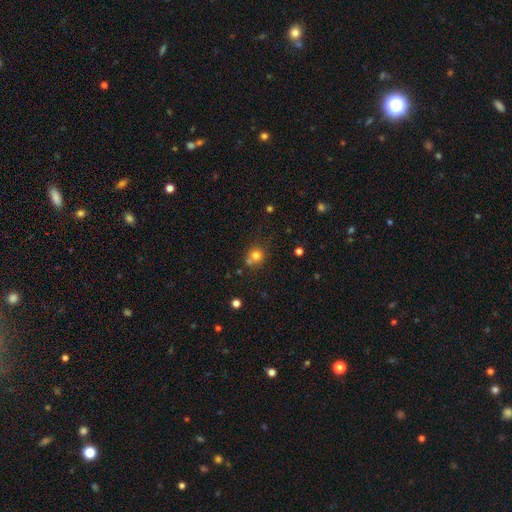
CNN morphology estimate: This is likely a smooth galaxy (77%). How rounded: clearly round (87%). Merging: possibly none (57%).